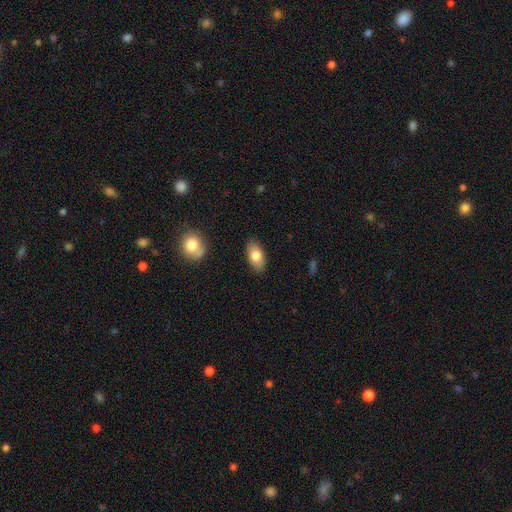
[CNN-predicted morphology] This is likely a smooth galaxy (78%). How rounded: clearly in between (91%). Merging: clearly none (86%).